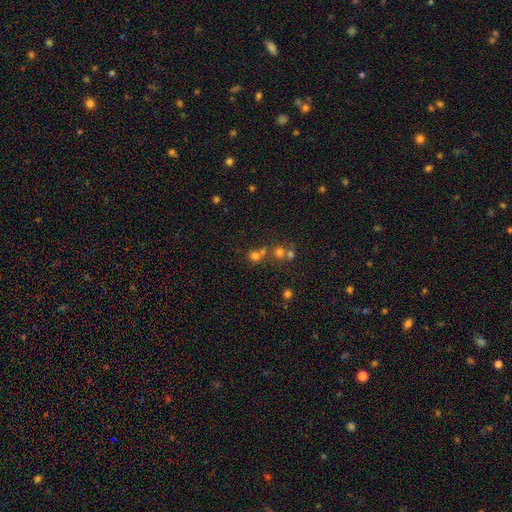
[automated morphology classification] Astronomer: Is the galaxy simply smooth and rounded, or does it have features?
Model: smooth — 67%.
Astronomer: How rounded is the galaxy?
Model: round — 86%.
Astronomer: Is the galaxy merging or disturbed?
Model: none — 54% (runner-up: merger, 35%).